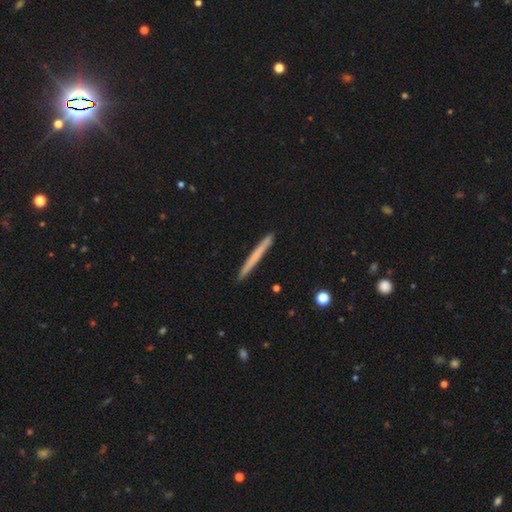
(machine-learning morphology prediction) smooth_or_featured: smooth (p=0.62) [alt: featured or disk p=0.33]
how_rounded: cigar-shaped (p=0.97) [alt: in between p=0.01]
merging: none (p=0.92) [alt: minor disturbance p=0.06]